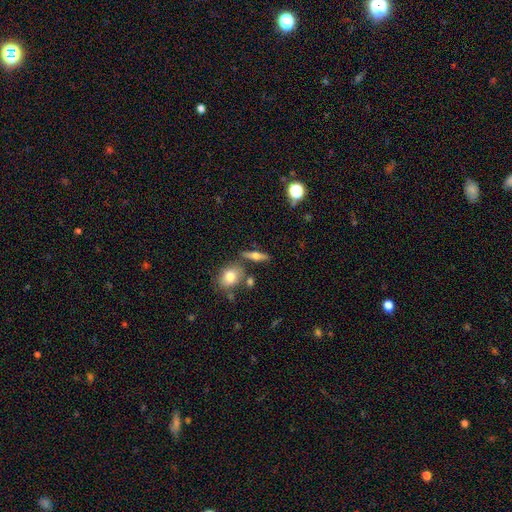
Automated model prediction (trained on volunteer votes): Smooth or featured? Predicted: featured or disk (p=0.53). Edge-on disk? Predicted: yes (p=0.92). Merging? Predicted: none (p=0.77).